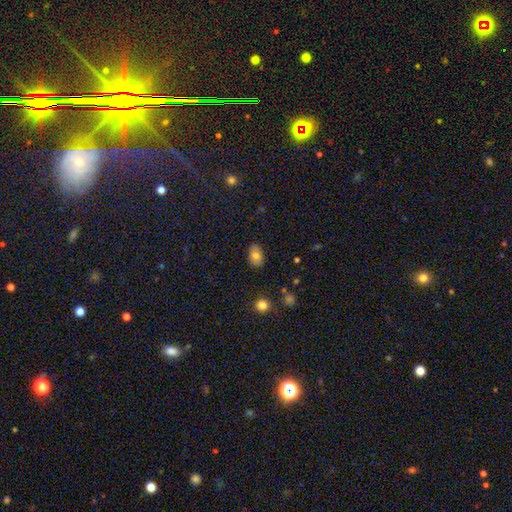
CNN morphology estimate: This appears to be a smooth galaxy with no disk features (76%) that is in between round and cigar-shaped (86%). Merging: none (81%).